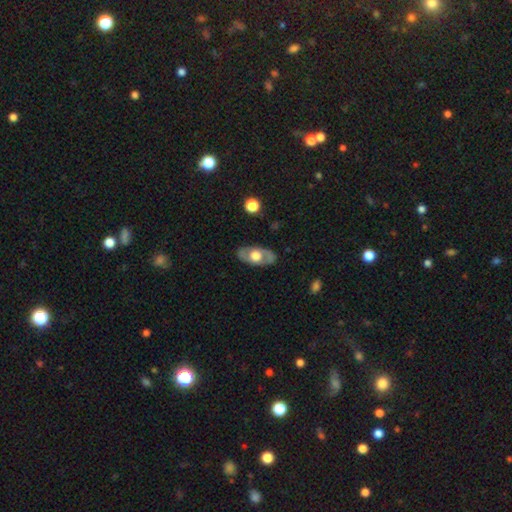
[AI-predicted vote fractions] Overall: featured or disk (55%; smooth 40%). Edge-on disk: no (78%). Merging: none (83%).